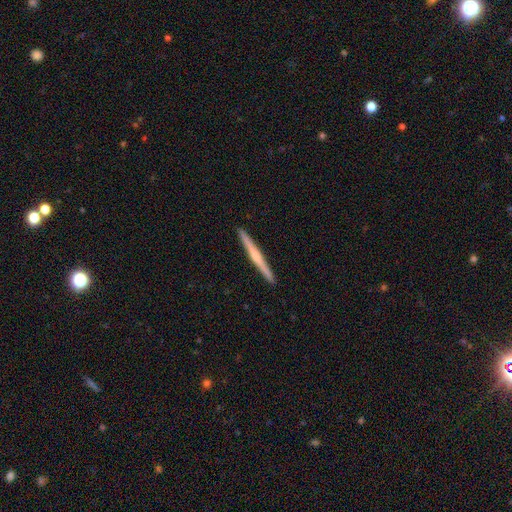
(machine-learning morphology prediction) smooth-or-featured: featured or disk: 63% | smooth: 32% | star or artifact: 5%
  disk-edge-on: yes: 98% | no: 2%
    edge-on-bulge: rounded: 58% | none: 34% | boxy: 8%
  merging: none: 93% | minor disturbance: 5% | major disturbance: 1% | merger: 1%